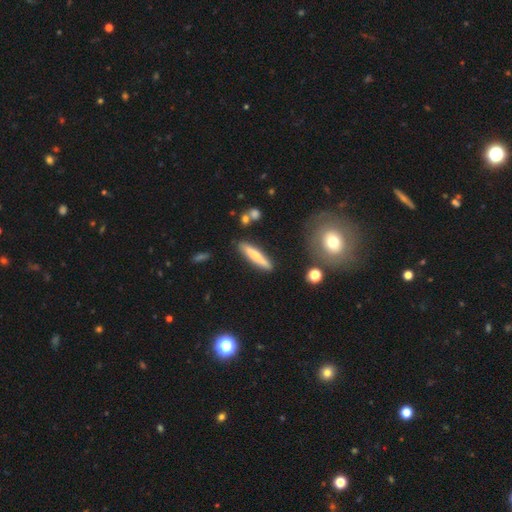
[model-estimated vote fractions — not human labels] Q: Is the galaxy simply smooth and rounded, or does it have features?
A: smooth — 59%.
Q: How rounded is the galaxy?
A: cigar-shaped — 89%.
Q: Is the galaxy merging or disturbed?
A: none — 84%.